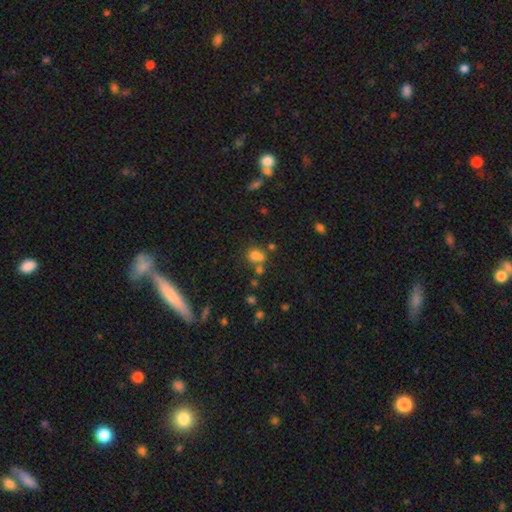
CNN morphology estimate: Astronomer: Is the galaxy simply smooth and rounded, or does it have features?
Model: smooth — 70%.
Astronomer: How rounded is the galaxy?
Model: round — 59% (runner-up: in between, 39%).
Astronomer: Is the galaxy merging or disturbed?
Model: none — 44% (runner-up: merger, 36%).